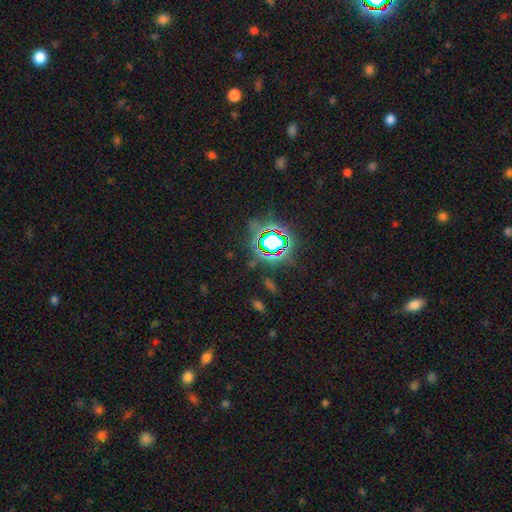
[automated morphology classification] Overall: star or artifact (79%).